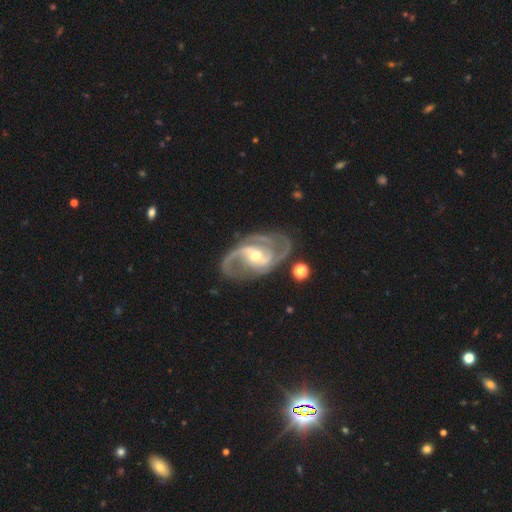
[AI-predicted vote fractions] Smooth or featured: featured or disk — 92% (star or artifact — 4%)
Edge-on disk: no — 97% (yes — 3%)
Bar: weak — 40% (no — 34%)
Spiral arms: yes — 98% (no — 2%)
Spiral winding: medium — 57% (tight — 23%)
Spiral arm count: 2 — 70% (3 — 17%)
Bulge size: moderate — 57% (small — 38%)
Merging: none — 72% (minor disturbance — 16%)